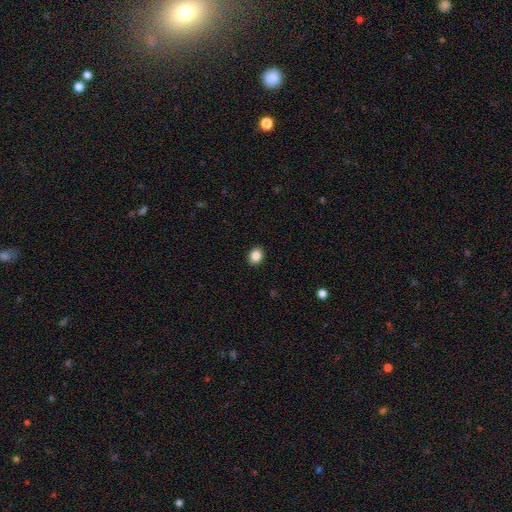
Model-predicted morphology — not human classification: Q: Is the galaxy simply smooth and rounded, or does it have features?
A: smooth — 87%.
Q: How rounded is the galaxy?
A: round — 57%.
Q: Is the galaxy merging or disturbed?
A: none — 92%.